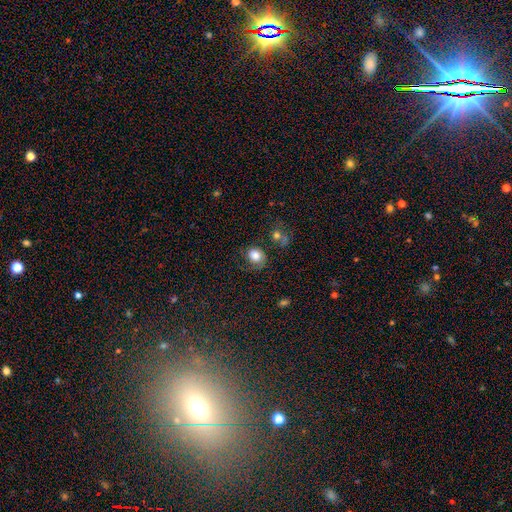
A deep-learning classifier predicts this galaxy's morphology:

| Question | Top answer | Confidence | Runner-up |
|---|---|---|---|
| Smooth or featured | smooth | 70% | featured or disk (21%) |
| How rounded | round | 61% | in between (38%) |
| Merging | none | 49% | minor disturbance (23%) |